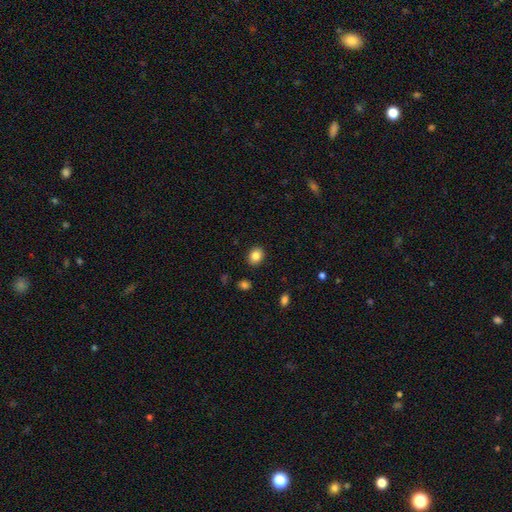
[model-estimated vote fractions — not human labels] Smooth or featured? smooth (85%)
How rounded? round (53%)
Merging? none (89%)